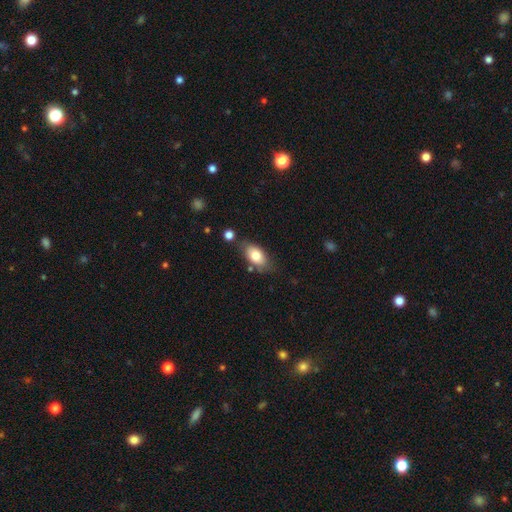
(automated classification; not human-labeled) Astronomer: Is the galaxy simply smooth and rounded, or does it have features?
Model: smooth — 78%.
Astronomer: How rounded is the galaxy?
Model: in between — 91%.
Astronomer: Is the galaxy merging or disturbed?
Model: none — 71%.